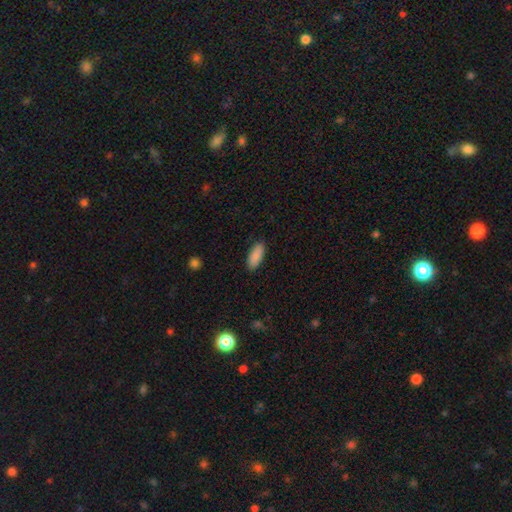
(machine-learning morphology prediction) type=smooth (90%); roundness=in between (81%); merging=none (89%).